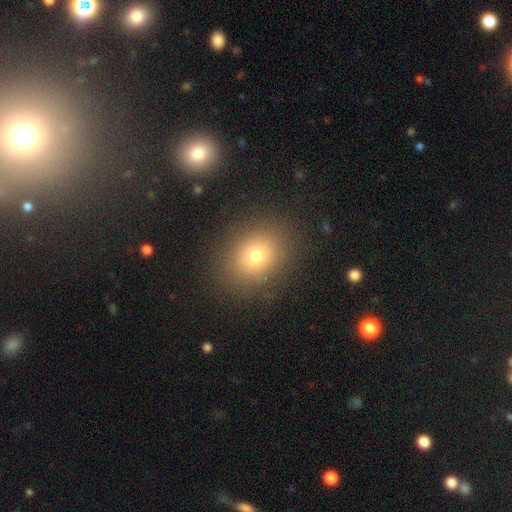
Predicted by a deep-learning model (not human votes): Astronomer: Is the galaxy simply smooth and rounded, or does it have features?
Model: smooth — 74%.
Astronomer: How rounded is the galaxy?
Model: round — 57% (runner-up: in between, 42%).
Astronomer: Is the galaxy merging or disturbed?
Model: none — 85%.